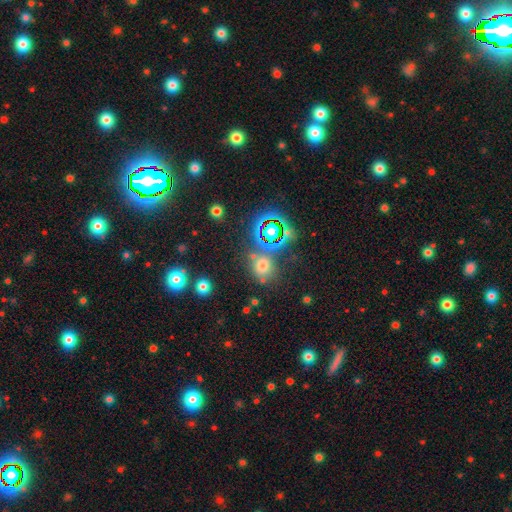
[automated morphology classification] smooth_or_featured: smooth (p=0.58) [alt: star or artifact p=0.34]
how_rounded: round (p=0.78) [alt: in between p=0.21]
merging: none (p=0.72) [alt: minor disturbance p=0.12]